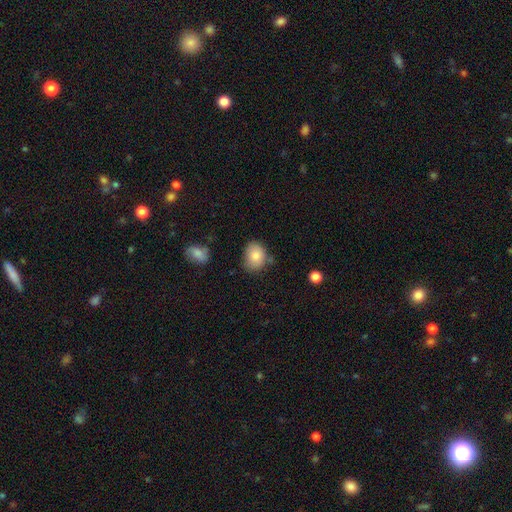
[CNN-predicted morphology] Smooth or featured: smooth — 84% (featured or disk — 8%)
How rounded: in between — 57% (round — 42%)
Merging: none — 67% (minor disturbance — 24%)